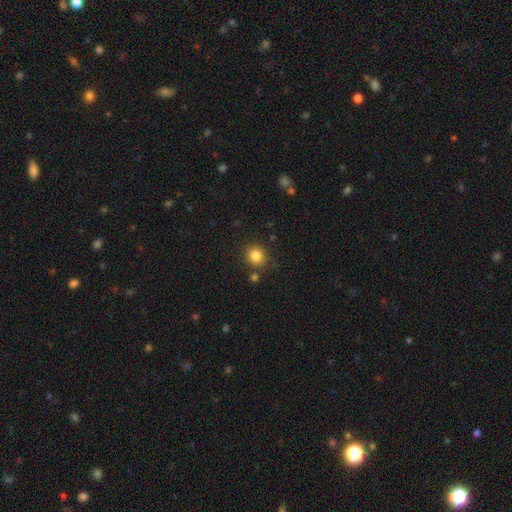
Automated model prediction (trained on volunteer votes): smooth 84%, star or artifact 11%, featured or disk 5%. Down the decision tree: how rounded — round (87%); merging — none (83%).